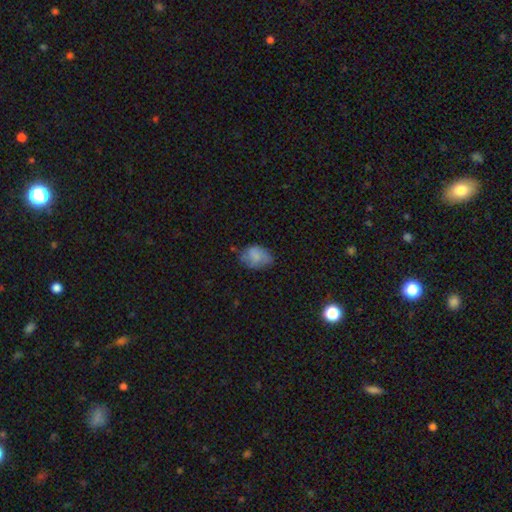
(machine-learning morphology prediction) type=smooth (74%); roundness=in between (77%); merging=none (54%).